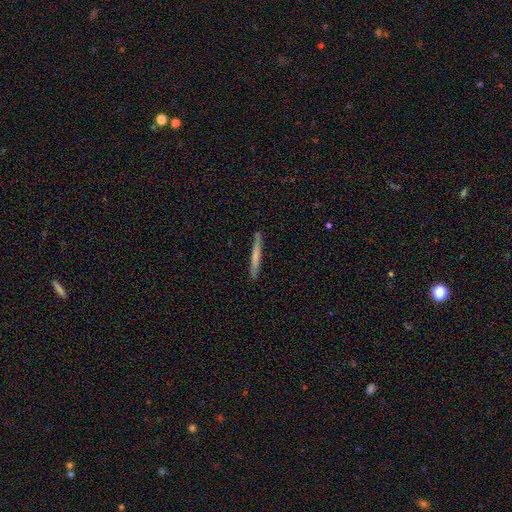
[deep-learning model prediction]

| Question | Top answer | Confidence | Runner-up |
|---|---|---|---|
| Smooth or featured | smooth | 64% | featured or disk (31%) |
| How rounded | cigar-shaped | 97% | in between (2%) |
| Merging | none | 89% | minor disturbance (8%) |